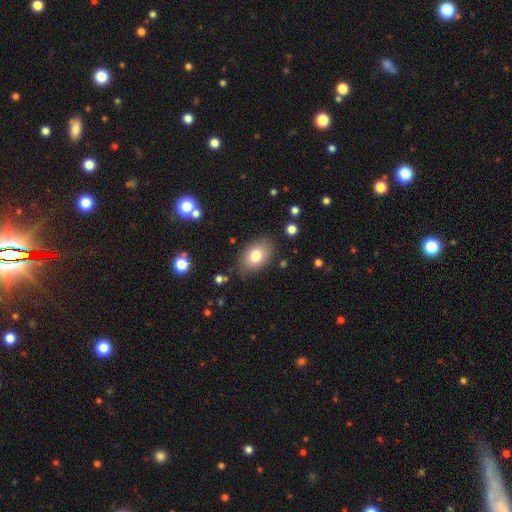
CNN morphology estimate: Q: Smooth or featured?
A: smooth (79%); runner-up: featured or disk (13%)
Q: How rounded?
A: in between (83%); runner-up: round (15%)
Q: Merging?
A: none (80%); runner-up: minor disturbance (14%)